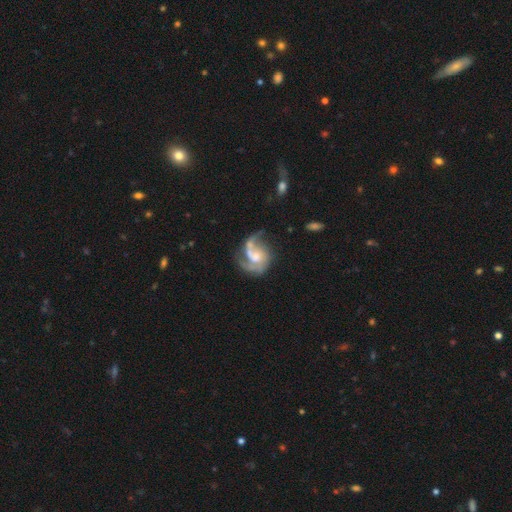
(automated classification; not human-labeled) featured or disk 82%, smooth 12%, star or artifact 6%. Down the decision tree: edge-on disk — no (98%); bar — no (64%); spiral arms — yes (92%); spiral arm count — 2 (53%); spiral winding — medium (45%); bulge size — moderate (47%); merging — none (39%).